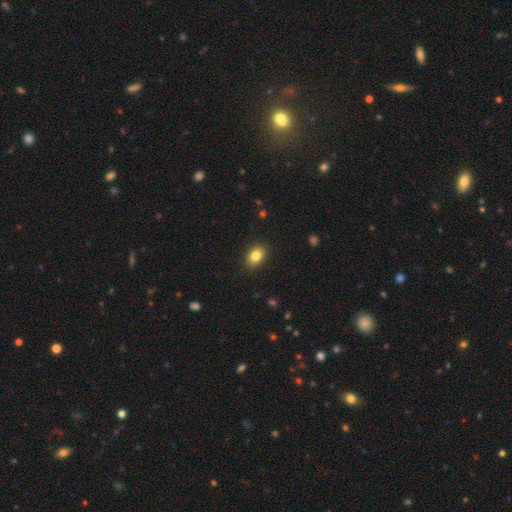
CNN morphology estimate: Smooth or featured: smooth — 84% (star or artifact — 9%)
How rounded: in between — 77% (round — 21%)
Merging: none — 88% (minor disturbance — 9%)